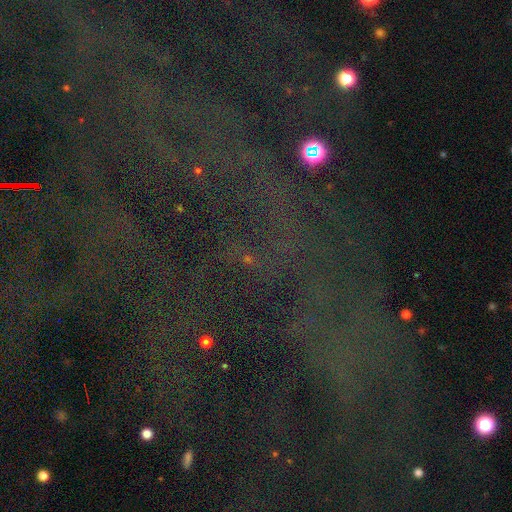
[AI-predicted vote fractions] A star or artifact, not a galaxy (81%).

Vote fractions:
- Smooth or featured? star or artifact: 81% / featured or disk: 10% / smooth: 9%